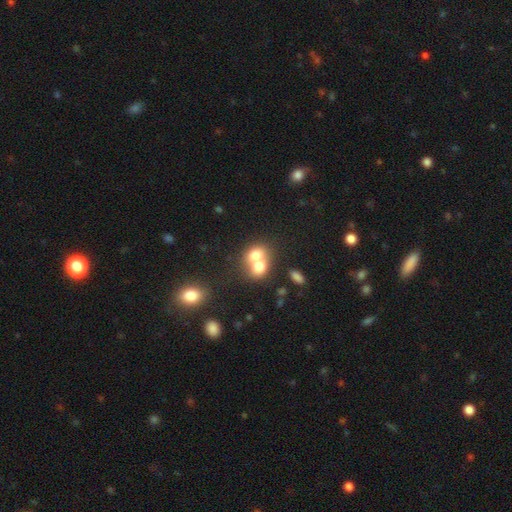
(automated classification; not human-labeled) Overall: smooth (72%). How rounded: round (51%; in between 48%). Merging: merger (71%).